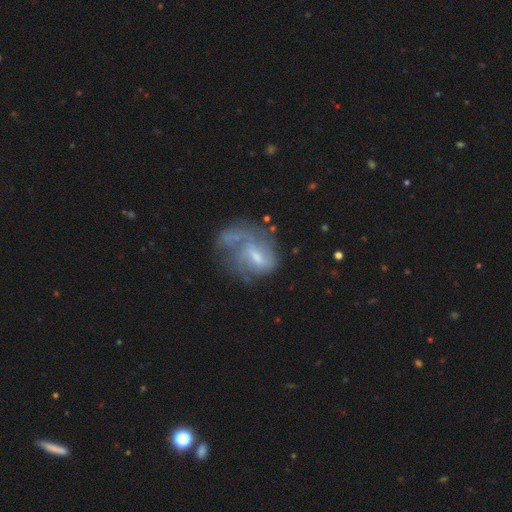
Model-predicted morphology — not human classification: featured or disk 66%, smooth 26%, star or artifact 9%. Down the decision tree: edge-on disk — no (97%); bar — weak (52%); spiral arms — yes (66%); bulge size — moderate (40%); merging — major disturbance (36%).